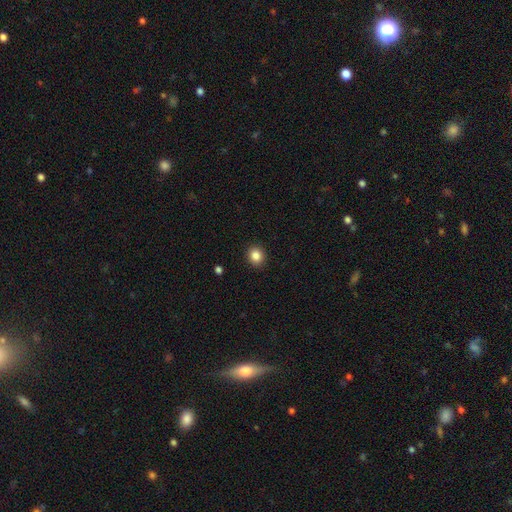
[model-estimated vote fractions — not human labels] Q: Smooth or featured?
A: smooth (86%); runner-up: star or artifact (10%)
Q: How rounded?
A: round (81%); runner-up: in between (18%)
Q: Merging?
A: none (92%); runner-up: minor disturbance (5%)